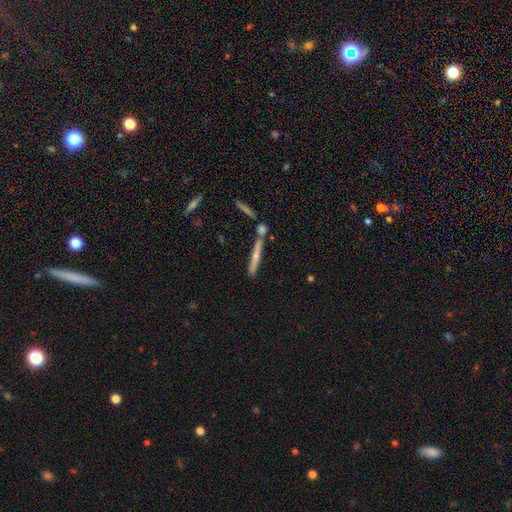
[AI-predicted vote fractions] Smooth or featured? Predicted: featured or disk (p=0.55). Edge-on disk? Predicted: yes (p=0.93). Edge-on bulge? Predicted: rounded (p=0.68). Merging? Predicted: none (p=0.71).